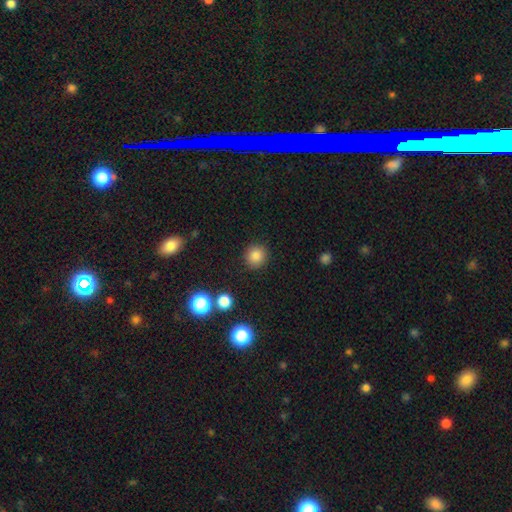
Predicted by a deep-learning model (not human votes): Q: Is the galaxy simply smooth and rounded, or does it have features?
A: smooth — 84%.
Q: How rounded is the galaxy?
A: round — 91%.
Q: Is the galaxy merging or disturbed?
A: none — 90%.